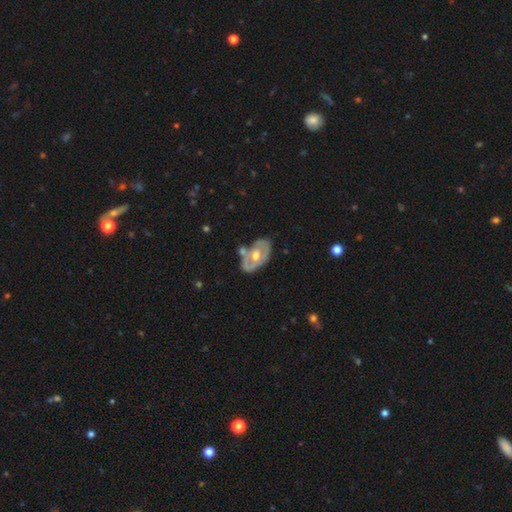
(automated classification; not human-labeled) Smooth or featured?
  - featured or disk: 66% *
  - smooth: 28%
  - star or artifact: 6%
Edge-on disk?
  - no: 92% *
  - yes: 8%
Bar?
  - no: 68% *
  - weak: 24%
  - strong: 8%
Spiral arms?
  - no: 61% *
  - yes: 39%
Bulge size?
  - moderate: 76% *
  - small: 15%
  - large: 7%
  - none: 1%
  - dominant: 1%
Merging?
  - none: 56% *
  - minor disturbance: 22%
  - merger: 15%
  - major disturbance: 8%